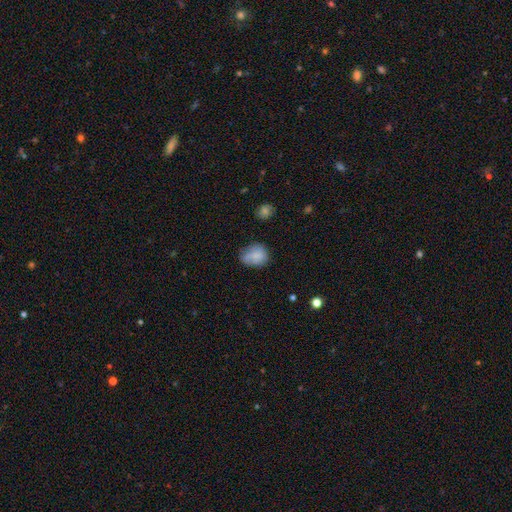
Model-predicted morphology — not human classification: A smooth galaxy with no disk features (71%) that is in between round and cigar-shaped (53%).

Vote fractions:
- Smooth or featured? smooth: 71% / featured or disk: 20% / star or artifact: 9%
- How rounded? in between: 53% / round: 46% / cigar-shaped: 1%
- Merging? none: 54% / minor disturbance: 30% / major disturbance: 12% / merger: 4%